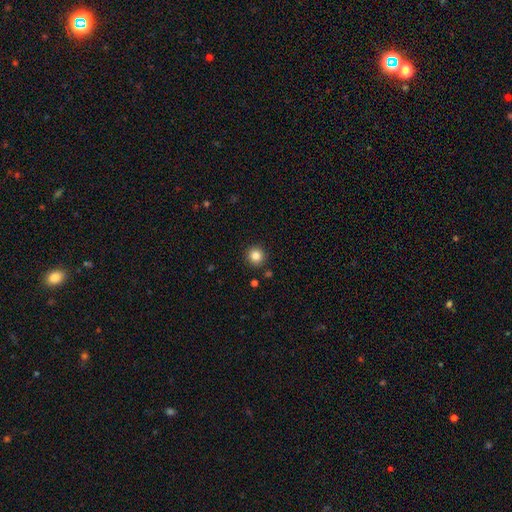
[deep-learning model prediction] Q: Smooth or featured?
A: smooth (84%); runner-up: star or artifact (11%)
Q: How rounded?
A: round (94%); runner-up: in between (5%)
Q: Merging?
A: none (91%); runner-up: minor disturbance (5%)